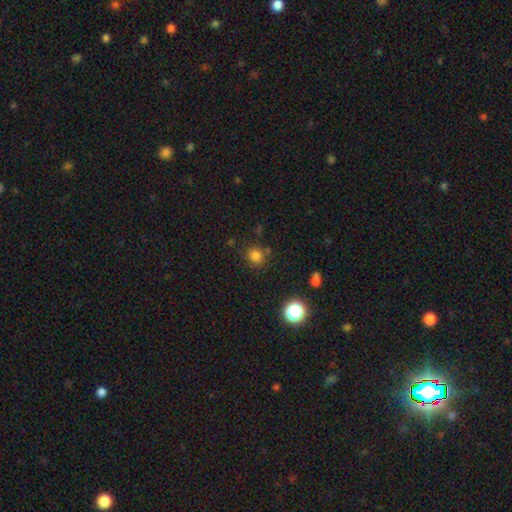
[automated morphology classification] Overall: smooth (78%). How rounded: round (87%). Merging: none (76%).